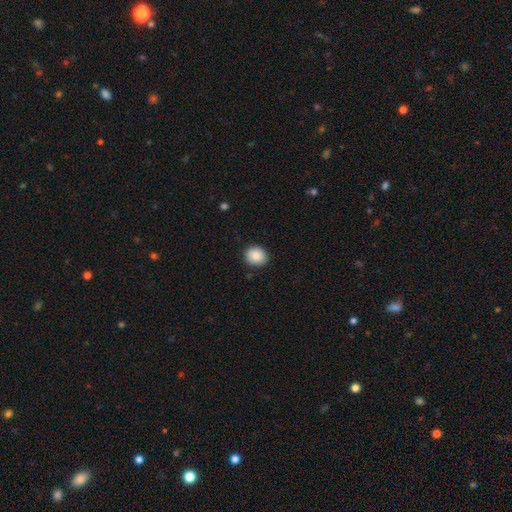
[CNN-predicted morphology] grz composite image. It shows a smooth galaxy with no disk features (89%) that is round (77%). Merging: none (87%).